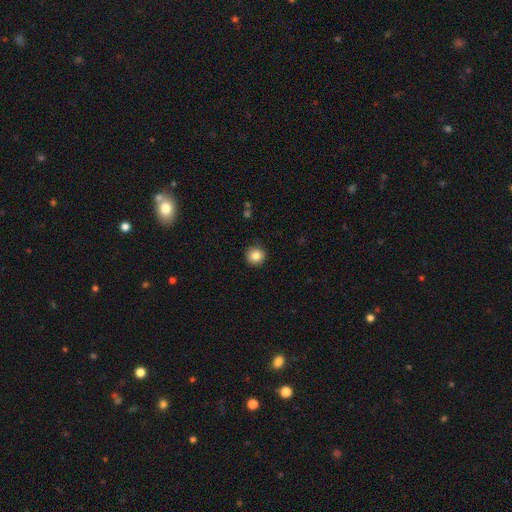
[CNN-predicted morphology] smooth_or_featured: smooth (p=0.86) [alt: star or artifact p=0.10]
how_rounded: round (p=0.94) [alt: in between p=0.05]
merging: none (p=0.90) [alt: minor disturbance p=0.07]